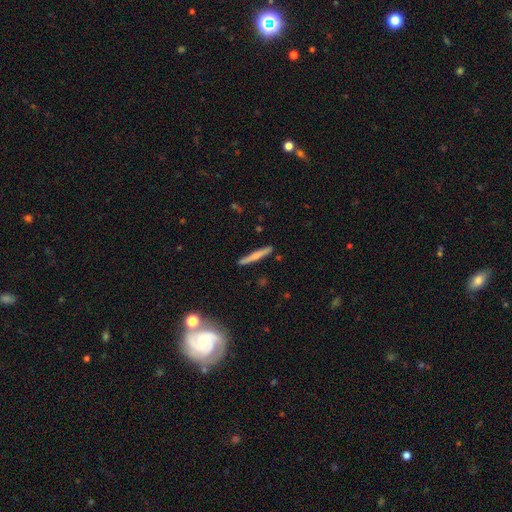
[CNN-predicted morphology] The model was most divided on "smooth or featured": smooth: 56%, featured or disk: 38%, star or artifact: 6%. More confident: how rounded — cigar-shaped (95%); merging — none (88%).